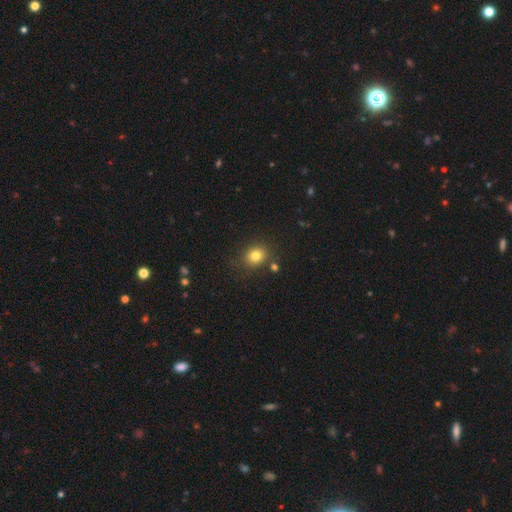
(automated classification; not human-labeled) A smooth galaxy with no disk features (80%) that is round (67%).

Vote fractions:
- Smooth or featured? smooth: 80% / star or artifact: 13% / featured or disk: 8%
- How rounded? round: 67% / in between: 32% / cigar-shaped: 1%
- Merging? none: 78% / minor disturbance: 12% / merger: 6% / major disturbance: 4%